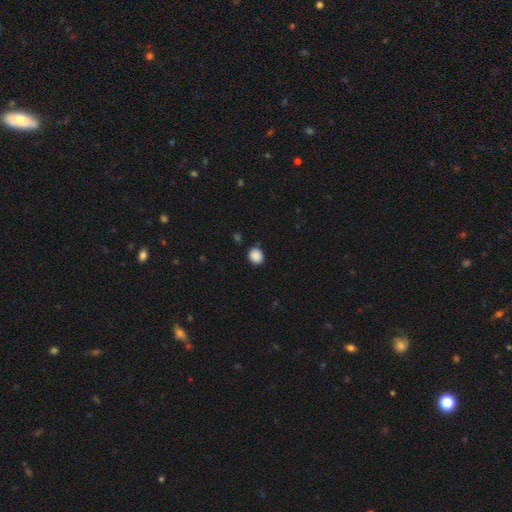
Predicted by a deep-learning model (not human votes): smooth-or-featured: smooth: 89% | star or artifact: 9% | featured or disk: 2%
  how-rounded: round: 63% | in between: 36% | cigar-shaped: 1%
  merging: none: 86% | minor disturbance: 10% | major disturbance: 2% | merger: 2%